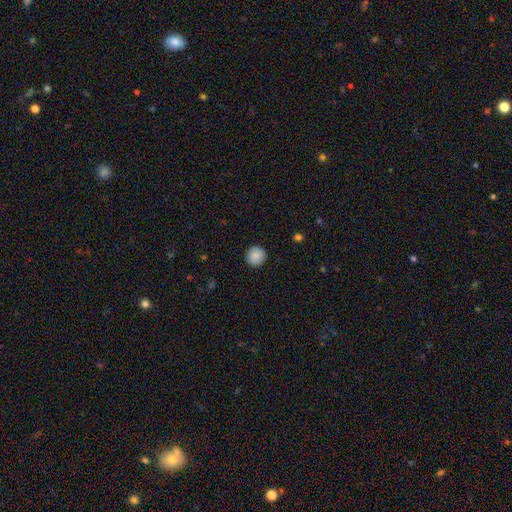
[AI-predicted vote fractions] A smooth galaxy with no disk features (88%) that is round (94%).

Vote fractions:
- Smooth or featured? smooth: 88% / star or artifact: 8% / featured or disk: 4%
- How rounded? round: 94% / in between: 5% / cigar-shaped: 1%
- Merging? none: 92% / minor disturbance: 6% / major disturbance: 2% / merger: 1%